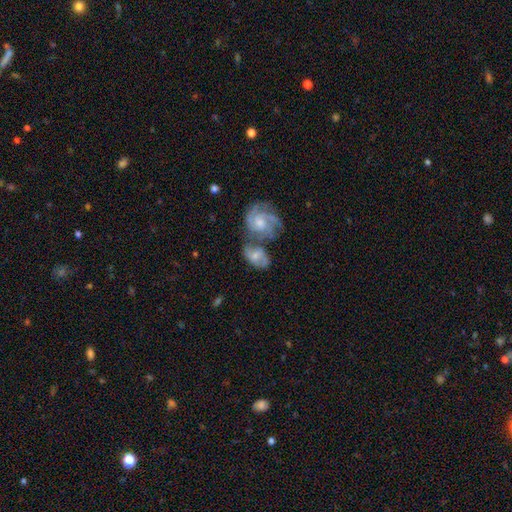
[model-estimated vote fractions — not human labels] smooth-or-featured: featured or disk: 64% | smooth: 29% | star or artifact: 7%
  disk-edge-on: no: 96% | yes: 4%
    bar: no: 62% | weak: 32% | strong: 6%
    has-spiral-arms: yes: 86% | no: 14%
      spiral-winding: tight: 43% (tied) | medium: 43% (tied) | loose: 14%
      spiral-arm-count: 2: 43% | can't tell: 25% | 3: 19% | 1: 5% | 4: 5% | more than 4: 3%
    bulge-size: moderate: 51% | small: 34% | none: 7% | large: 6% | dominant: 2%
  merging: merger: 57% | none: 24% | minor disturbance: 12% | major disturbance: 7%